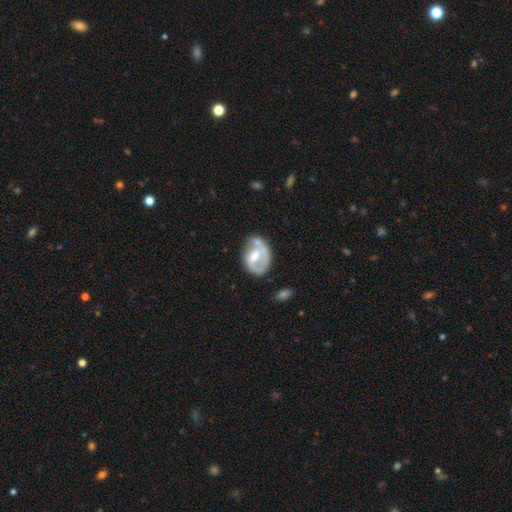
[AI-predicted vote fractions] Q: Smooth or featured?
A: featured or disk (56%); runner-up: smooth (38%)
Q: Edge-on disk?
A: no (96%); runner-up: yes (4%)
Q: Bar?
A: no (54%); runner-up: weak (35%)
Q: Spiral arms?
A: no (56%); runner-up: yes (44%)
Q: Bulge size?
A: moderate (59%); runner-up: small (21%)
Q: Merging?
A: none (40%); runner-up: minor disturbance (26%)